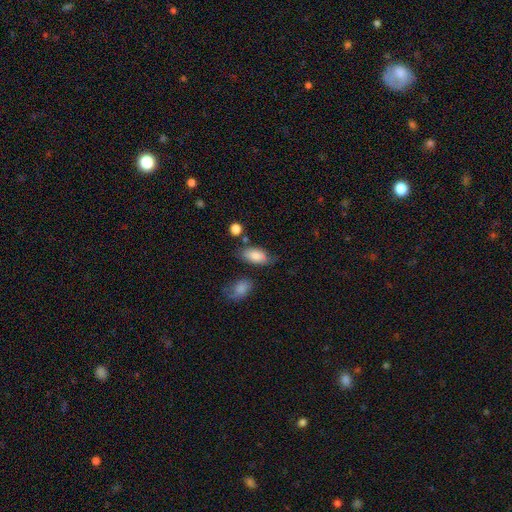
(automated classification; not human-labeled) This is clearly a smooth galaxy (81%). How rounded: clearly in between (91%). Merging: likely none (62%).